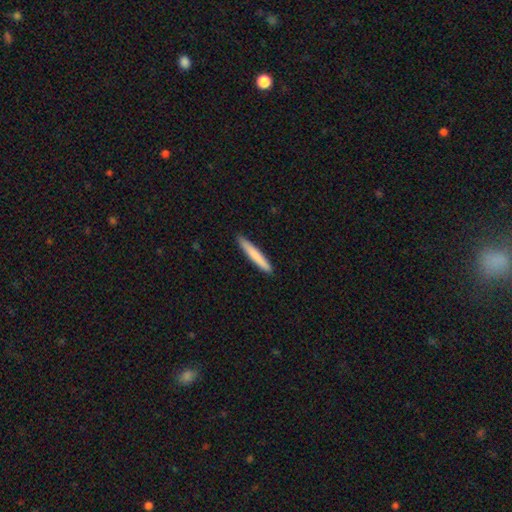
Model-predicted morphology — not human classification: Smooth or featured? smooth (78%)
How rounded? cigar-shaped (95%)
Merging? none (91%)